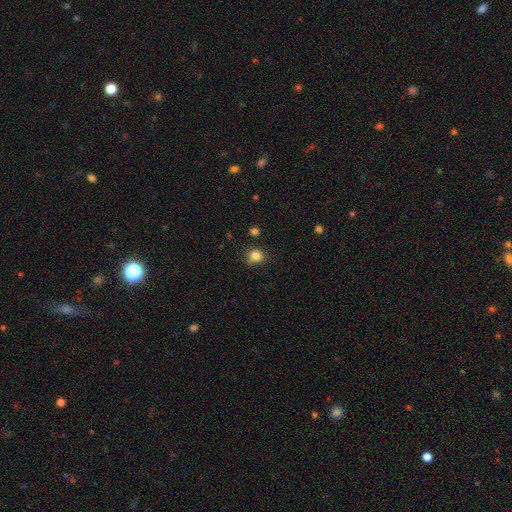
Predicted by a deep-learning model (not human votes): smooth_or_featured: smooth (p=0.82) [alt: star or artifact p=0.12]
how_rounded: round (p=0.76) [alt: in between p=0.23]
merging: none (p=0.68) [alt: minor disturbance p=0.23]